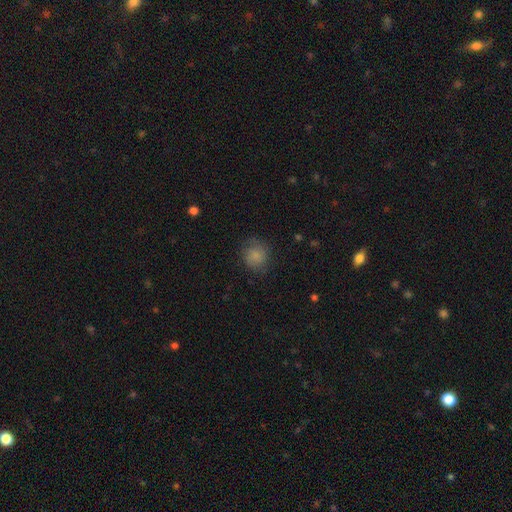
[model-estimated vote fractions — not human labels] Smooth or featured? smooth (78%)
How rounded? round (84%)
Merging? none (75%)